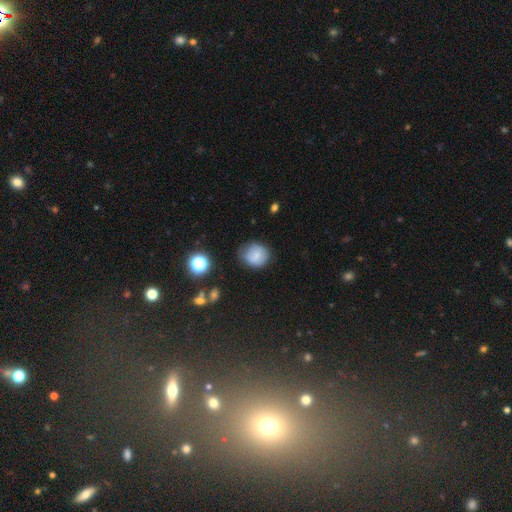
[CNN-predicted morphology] Smooth or featured? Predicted: smooth (p=0.79). How rounded? Predicted: round (p=0.76). Merging? Predicted: none (p=0.67).